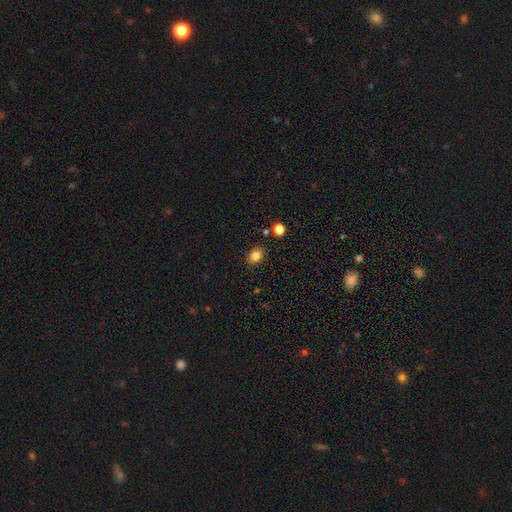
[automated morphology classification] Smooth or featured? Predicted: smooth (p=0.82). How rounded? Predicted: in between (p=0.67). Merging? Predicted: none (p=0.86).